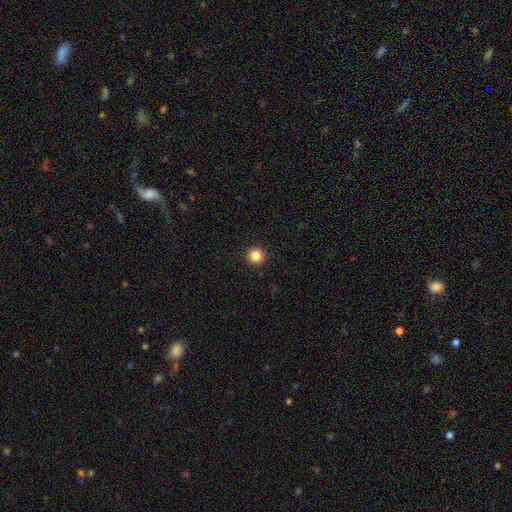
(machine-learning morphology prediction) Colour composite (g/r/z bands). It shows a smooth galaxy with no disk features (85%) that is round (96%). Merging: none (94%).